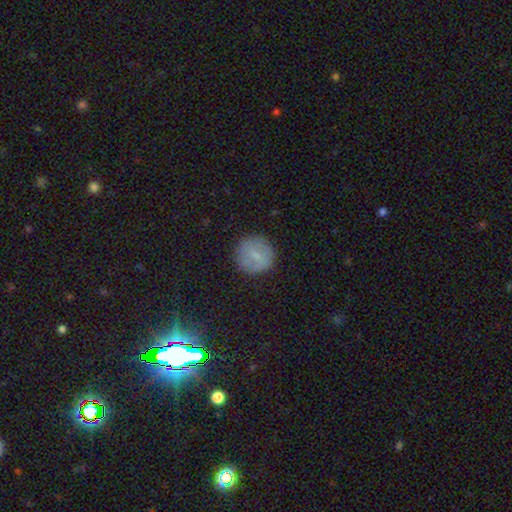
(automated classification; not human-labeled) This is likely a smooth galaxy (67%). How rounded: clearly round (94%). Merging: clearly none (86%).